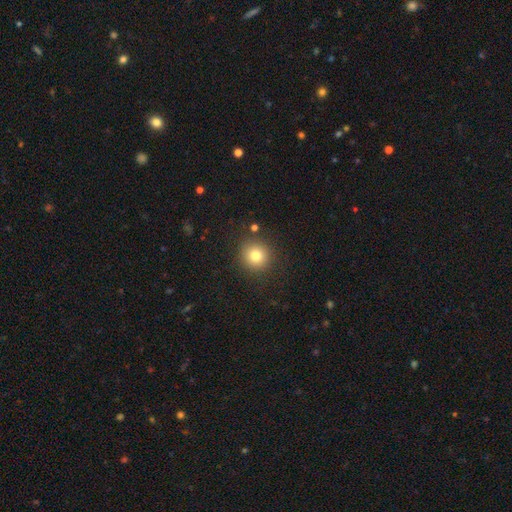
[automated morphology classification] Smooth or featured? Predicted: smooth (p=0.80). How rounded? Predicted: round (p=0.93). Merging? Predicted: none (p=0.88).